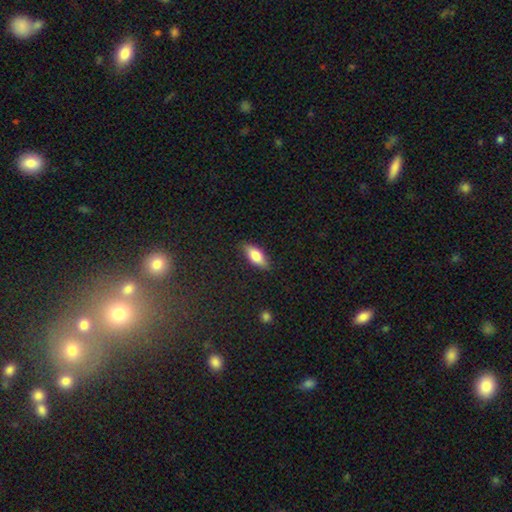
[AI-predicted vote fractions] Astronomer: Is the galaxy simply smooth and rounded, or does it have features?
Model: smooth — 72%.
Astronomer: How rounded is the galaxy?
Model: in between — 74%.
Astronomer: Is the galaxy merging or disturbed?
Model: none — 84%.